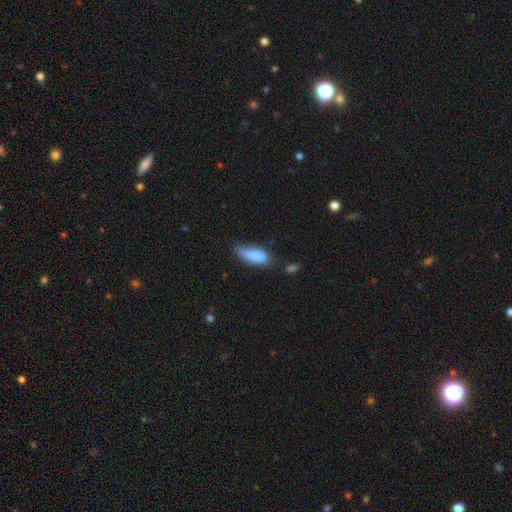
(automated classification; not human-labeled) The model was most divided on "merging": none: 37%, minor disturbance: 36%, major disturbance: 16%, merger: 11%. More confident: smooth or featured — smooth (79%); how rounded — in between (66%).